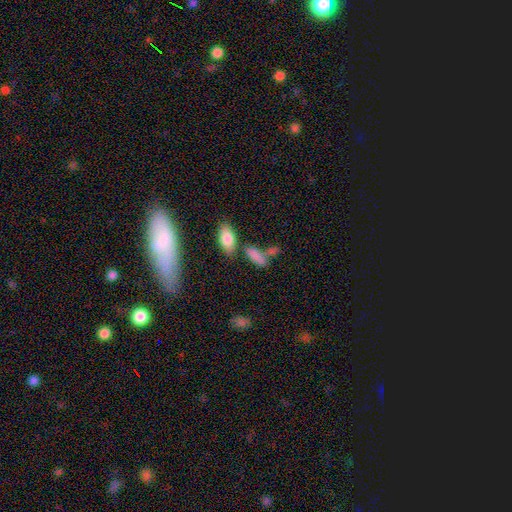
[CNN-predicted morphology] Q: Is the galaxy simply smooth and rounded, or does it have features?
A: smooth — 79%.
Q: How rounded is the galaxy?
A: in between — 68%.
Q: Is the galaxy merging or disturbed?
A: none — 45%.